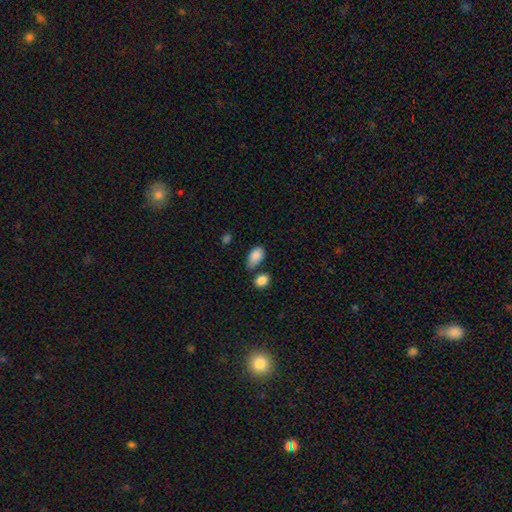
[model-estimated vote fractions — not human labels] Smooth or featured? smooth (87%)
How rounded? in between (91%)
Merging? none (49%)